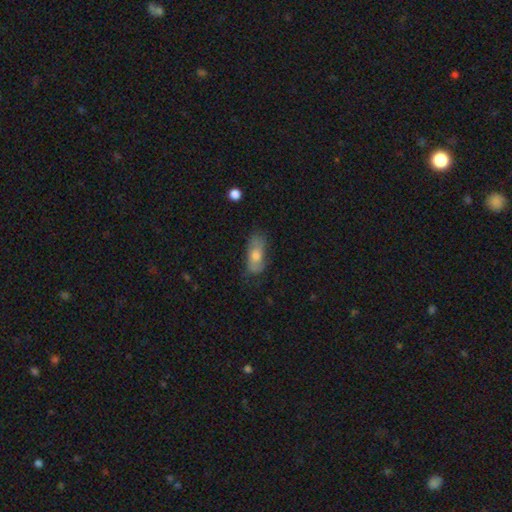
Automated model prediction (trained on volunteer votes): Q: Smooth or featured?
A: smooth (53%); runner-up: featured or disk (39%)
Q: How rounded?
A: in between (81%); runner-up: cigar-shaped (14%)
Q: Merging?
A: none (60%); runner-up: minor disturbance (27%)